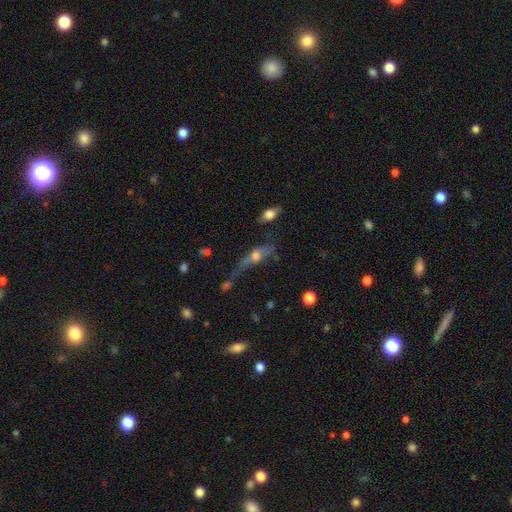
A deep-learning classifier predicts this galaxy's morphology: This is marginally a featured or disk galaxy (44%). Merging: marginally major disturbance (38%).